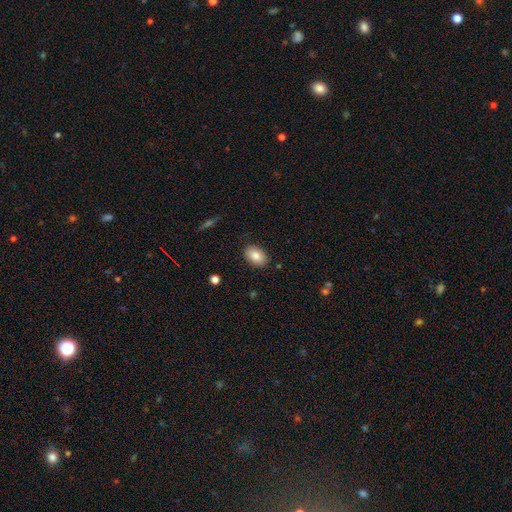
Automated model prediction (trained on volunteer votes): This appears to be a smooth galaxy with no disk features (84%) that is in between round and cigar-shaped (87%). Merging: none (86%).